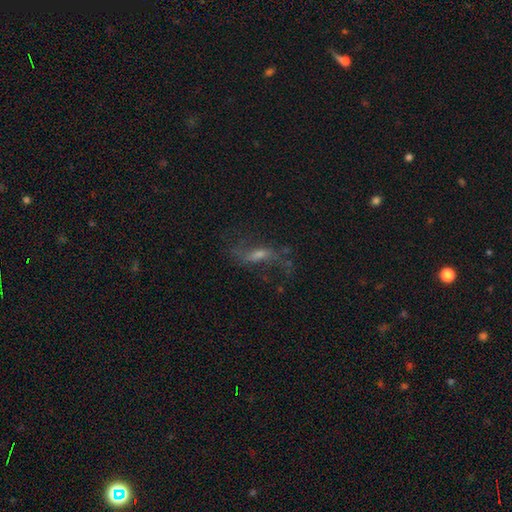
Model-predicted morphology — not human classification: Smooth or featured? Predicted: featured or disk (p=0.65). Edge-on disk? Predicted: no (p=0.84). Bar? Predicted: weak (p=0.43). Spiral arms? Predicted: yes (p=0.79). Bulge size? Predicted: small (p=0.43). Merging? Predicted: none (p=0.59).